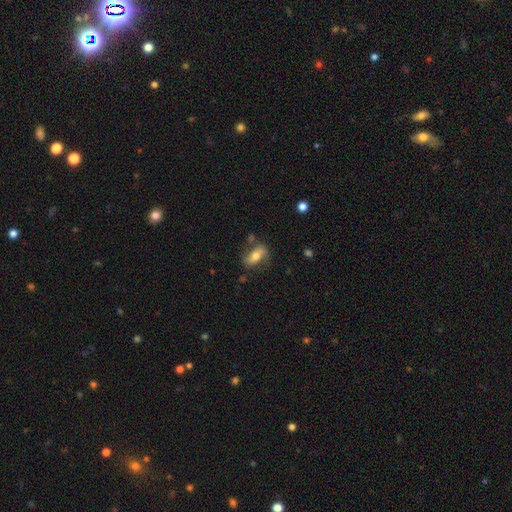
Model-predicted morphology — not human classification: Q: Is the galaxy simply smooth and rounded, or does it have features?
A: smooth — 46%, tied with featured or disk.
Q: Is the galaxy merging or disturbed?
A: none — 66%.